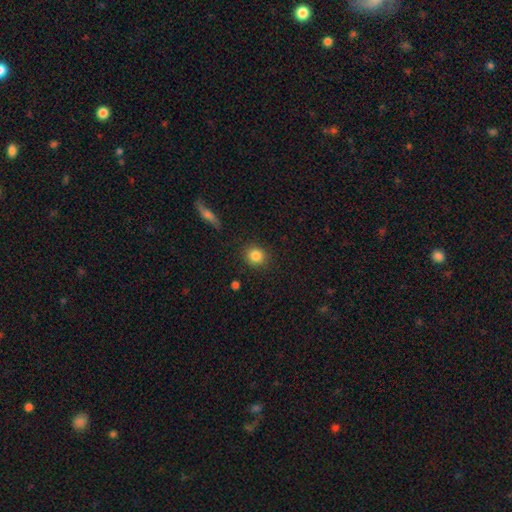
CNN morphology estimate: smooth 85%, star or artifact 10%, featured or disk 6%. Down the decision tree: how rounded — round (84%); merging — none (89%).